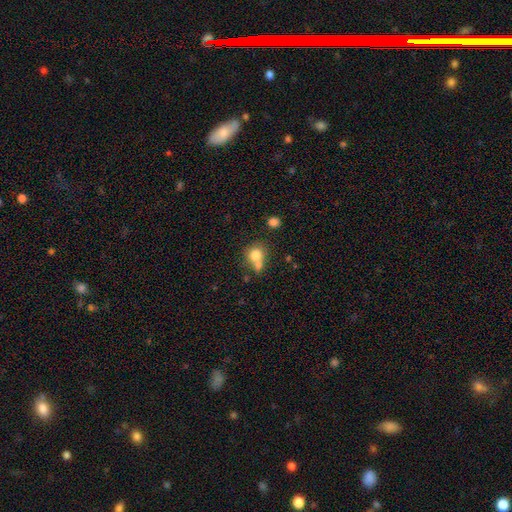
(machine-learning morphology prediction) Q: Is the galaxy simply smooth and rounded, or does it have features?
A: smooth — 76%.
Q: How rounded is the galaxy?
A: round — 76%.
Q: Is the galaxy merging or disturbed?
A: merger — 43%.